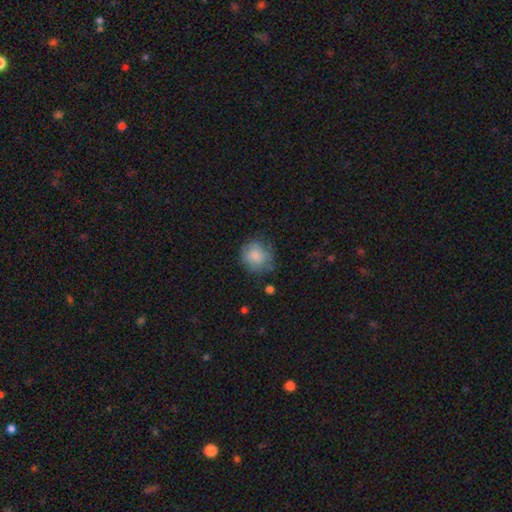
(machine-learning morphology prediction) Smooth or featured?
  - smooth: 76% *
  - featured or disk: 16%
  - star or artifact: 8%
How rounded?
  - round: 82% *
  - in between: 17%
  - cigar-shaped: 1%
Merging?
  - none: 61% *
  - minor disturbance: 26%
  - major disturbance: 11%
  - merger: 2%